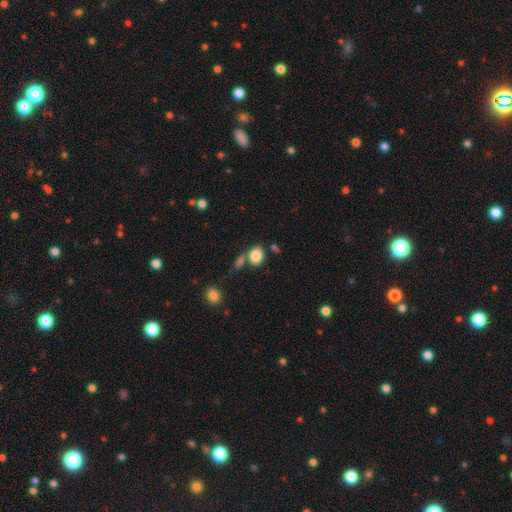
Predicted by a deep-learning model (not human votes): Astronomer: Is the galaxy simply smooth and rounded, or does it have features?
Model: smooth — 84%.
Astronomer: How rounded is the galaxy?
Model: in between — 66%.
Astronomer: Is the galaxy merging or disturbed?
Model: none — 56%.